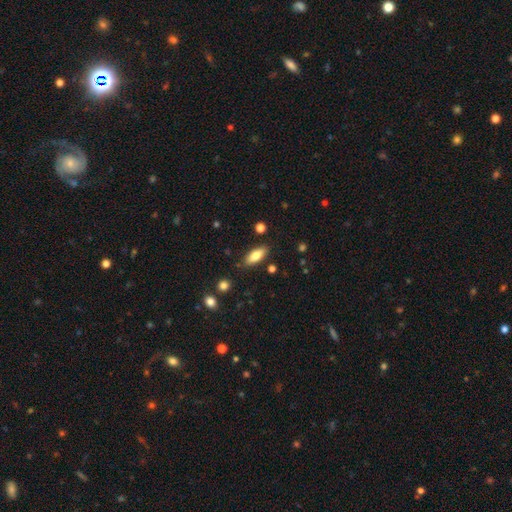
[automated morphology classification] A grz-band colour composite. It shows a smooth galaxy with no disk features (78%) that is in between round and cigar-shaped (76%). Merging: none (84%).